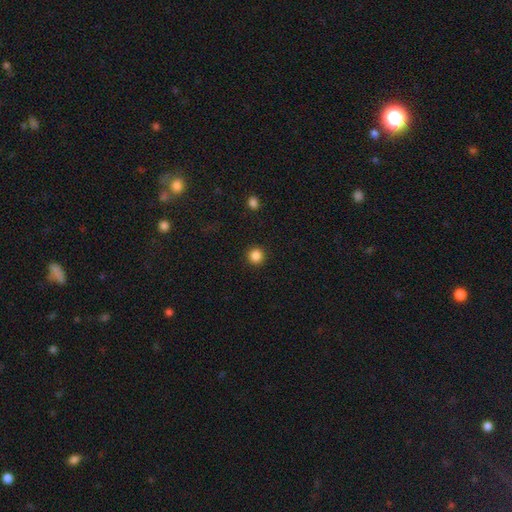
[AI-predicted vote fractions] smooth 86%, star or artifact 11%, featured or disk 3%. Down the decision tree: how rounded — round (95%); merging — none (93%).